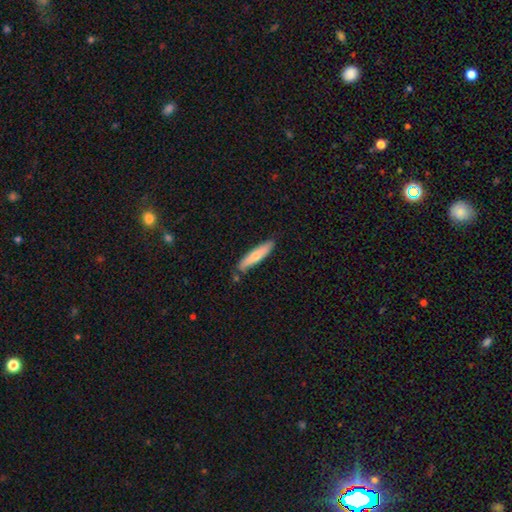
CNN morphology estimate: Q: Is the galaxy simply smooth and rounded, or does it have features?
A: smooth — 69%.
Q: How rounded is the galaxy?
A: cigar-shaped — 82%.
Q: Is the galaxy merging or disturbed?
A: none — 80%.